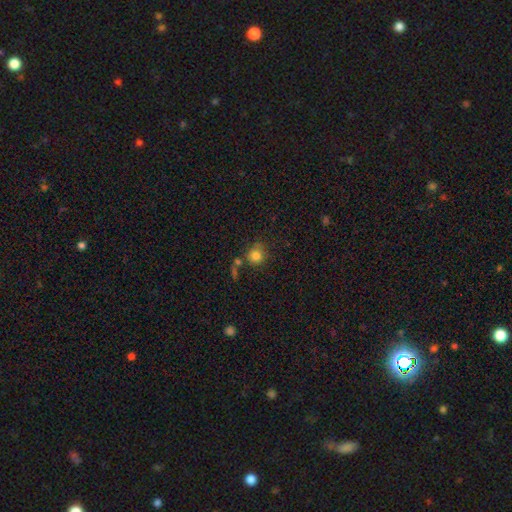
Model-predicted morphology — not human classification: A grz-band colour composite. It shows a smooth galaxy with no disk features (81%) that is round (87%). Merging: none (61%).